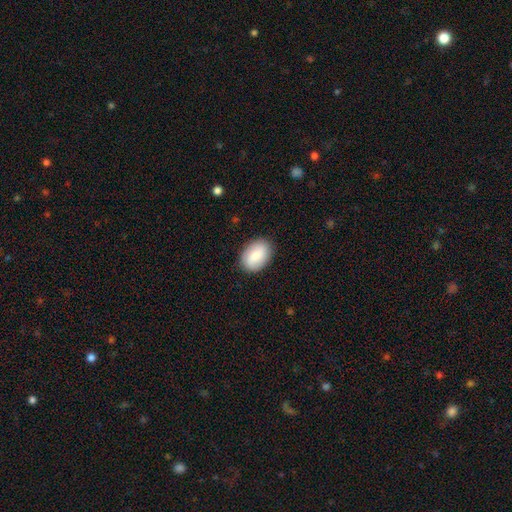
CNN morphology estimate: This appears to be a smooth galaxy with no disk features (79%) that is in between round and cigar-shaped (83%). Merging: none (86%).